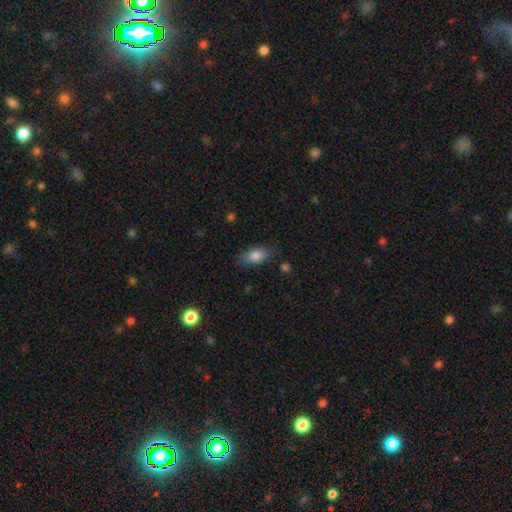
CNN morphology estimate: Overall: smooth (80%). How rounded: in between (87%). Merging: none (78%).